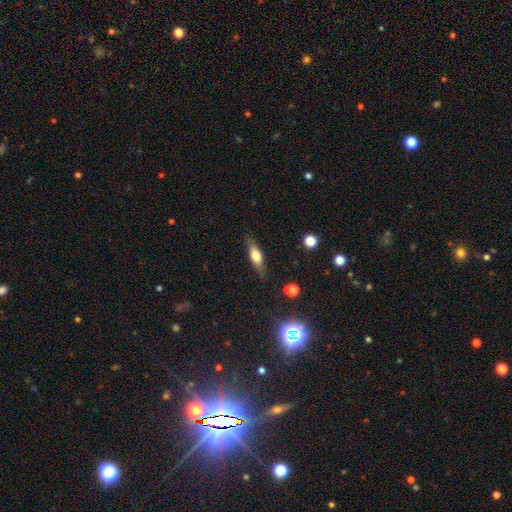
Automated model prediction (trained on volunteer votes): Q: Smooth or featured?
A: smooth (58%); runner-up: featured or disk (34%)
Q: How rounded?
A: cigar-shaped (49%); runner-up: in between (48%)
Q: Merging?
A: none (83%); runner-up: minor disturbance (13%)